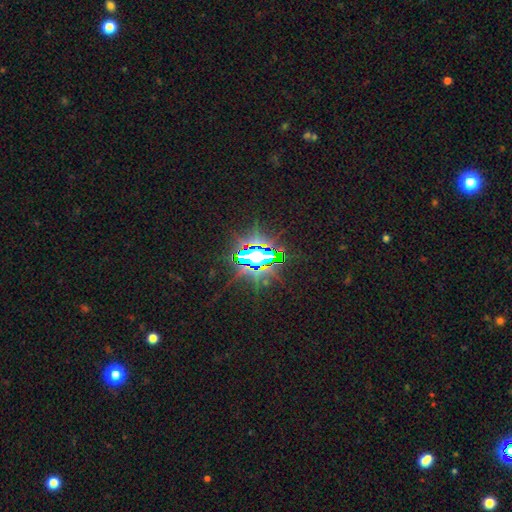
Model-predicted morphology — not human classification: Overall: star or artifact (83%).